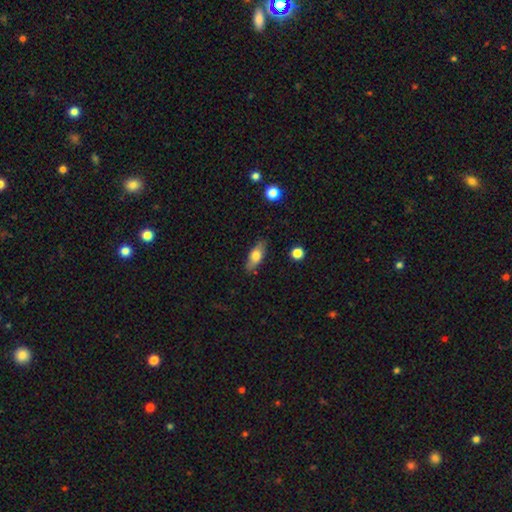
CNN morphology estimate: smooth_or_featured: smooth (p=0.68) [alt: featured or disk p=0.26]
how_rounded: in between (p=0.74) [alt: cigar-shaped p=0.23]
merging: none (p=0.83) [alt: minor disturbance p=0.13]